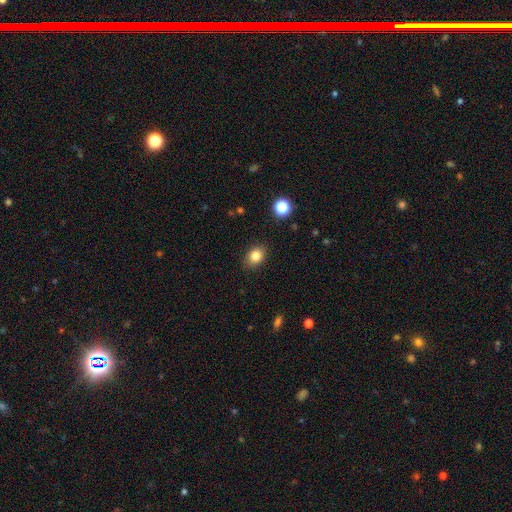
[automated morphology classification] Q: Smooth or featured?
A: smooth (83%); runner-up: star or artifact (11%)
Q: How rounded?
A: in between (61%); runner-up: round (38%)
Q: Merging?
A: none (87%); runner-up: minor disturbance (10%)